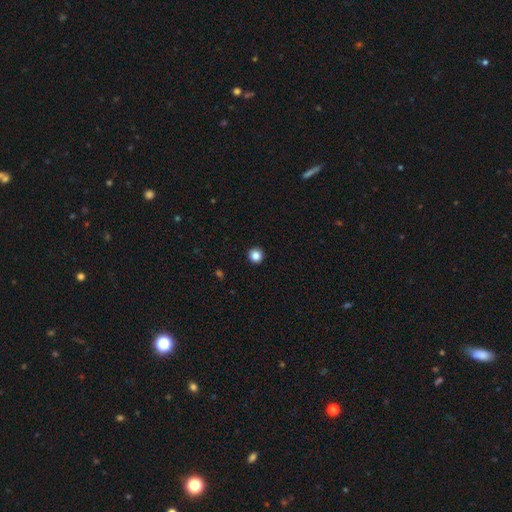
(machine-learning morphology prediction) A smooth galaxy with no disk features (85%) that is round (96%).

Vote fractions:
- Smooth or featured? smooth: 85% / star or artifact: 11% / featured or disk: 4%
- How rounded? round: 96% / in between: 4% / cigar-shaped: 1%
- Merging? none: 94% / minor disturbance: 4% / major disturbance: 1% / merger: 1%